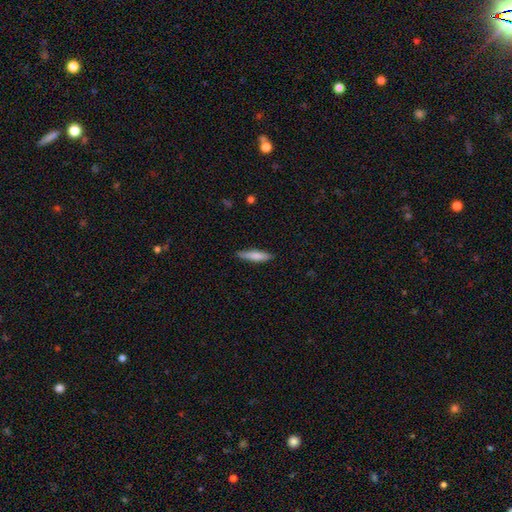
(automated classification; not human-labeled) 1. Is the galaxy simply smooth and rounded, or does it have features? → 75% smooth, 20% featured or disk, 6% star or artifact.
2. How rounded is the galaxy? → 80% cigar-shaped, 18% in between, 1% round.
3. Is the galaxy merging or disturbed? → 86% none, 11% minor disturbance, 2% major disturbance, 1% merger.